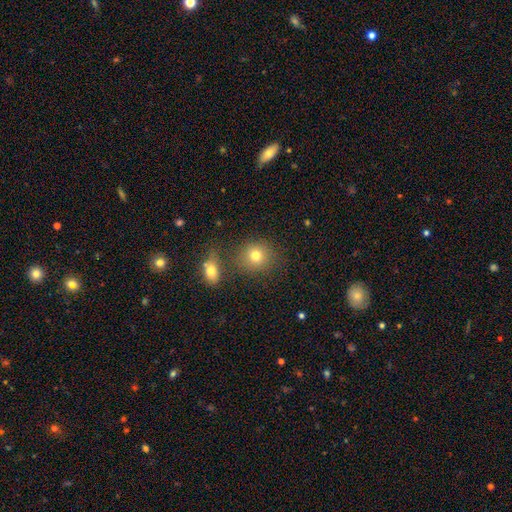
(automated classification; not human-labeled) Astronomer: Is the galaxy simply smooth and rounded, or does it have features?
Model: smooth — 77%.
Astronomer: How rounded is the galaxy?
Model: round — 80%.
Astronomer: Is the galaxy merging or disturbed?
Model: none — 73%.